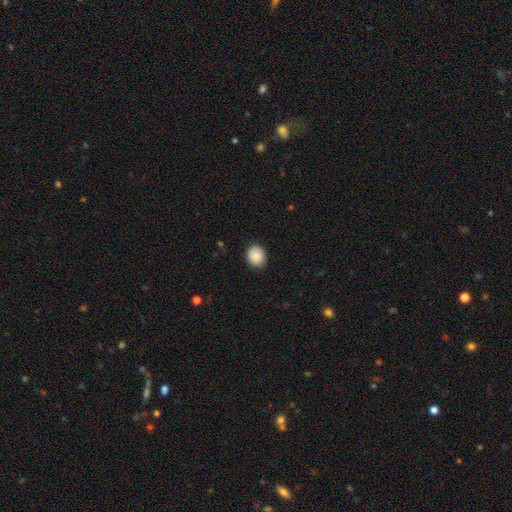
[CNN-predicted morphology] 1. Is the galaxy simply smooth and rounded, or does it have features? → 85% smooth, 8% star or artifact, 7% featured or disk.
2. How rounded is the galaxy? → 70% round, 29% in between, 1% cigar-shaped.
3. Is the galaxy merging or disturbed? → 88% none, 9% minor disturbance, 2% major disturbance, 1% merger.